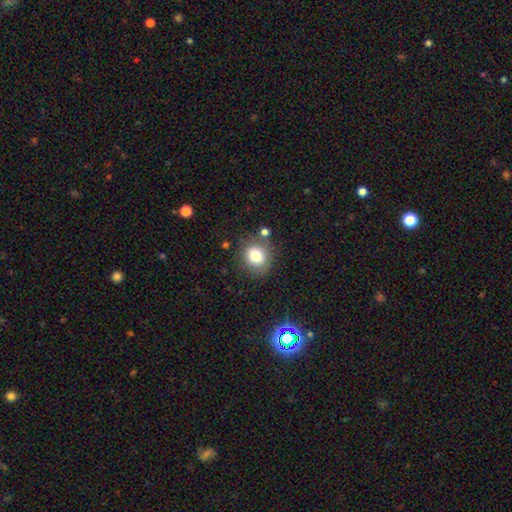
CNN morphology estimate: The model was most divided on "how rounded": round: 72%, in between: 28%, cigar-shaped: 1%. More confident: smooth or featured — smooth (80%); merging — none (79%).